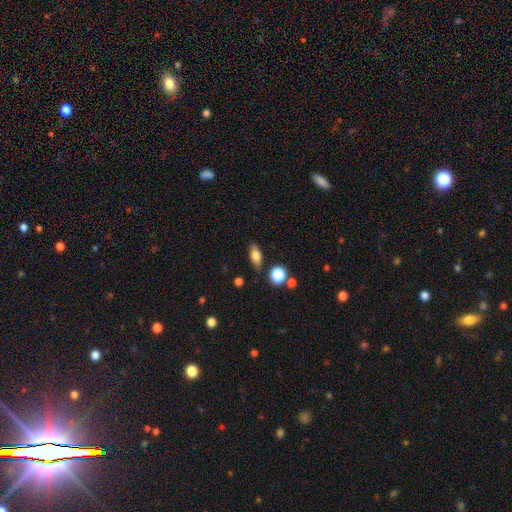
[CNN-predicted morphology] A smooth galaxy with no disk features (70%) that is in between round and cigar-shaped (74%).

Vote fractions:
- Smooth or featured? smooth: 70% / featured or disk: 20% / star or artifact: 9%
- How rounded? in between: 74% / cigar-shaped: 15% / round: 11%
- Merging? none: 81% / minor disturbance: 13% / merger: 3% / major disturbance: 3%